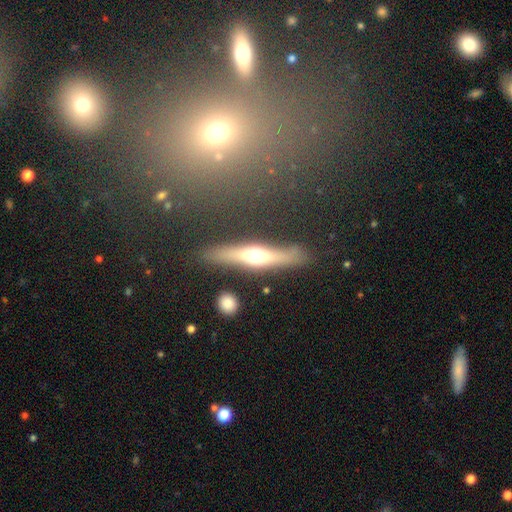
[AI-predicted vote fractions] Smooth or featured? Predicted: featured or disk (p=0.60). Edge-on disk? Predicted: yes (p=0.89). Edge-on bulge? Predicted: rounded (p=0.92). Merging? Predicted: none (p=0.80).